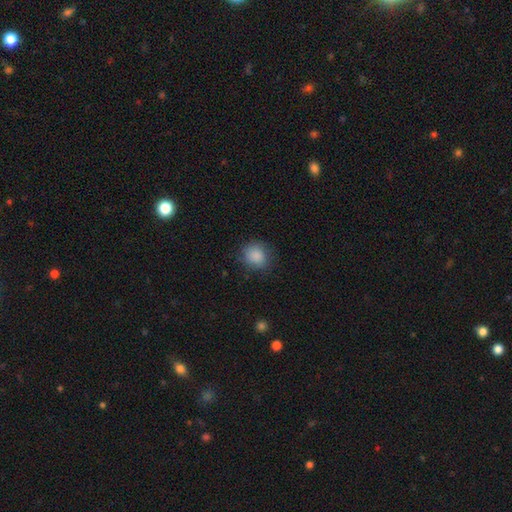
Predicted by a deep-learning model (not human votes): This appears to be a smooth galaxy with no disk features (87%) that is round (78%). Merging: none (81%).